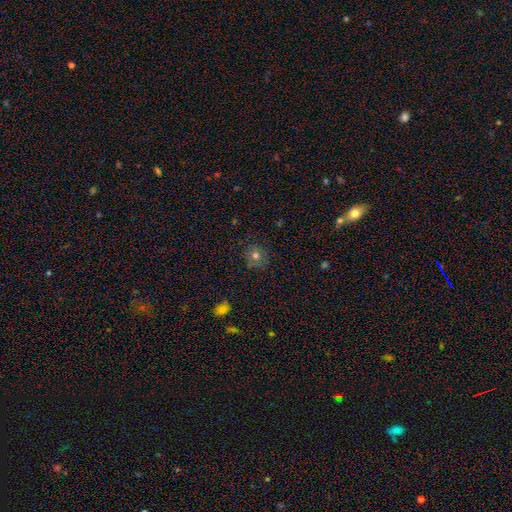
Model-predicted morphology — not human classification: Smooth or featured? smooth (72%)
How rounded? round (88%)
Merging? none (82%)